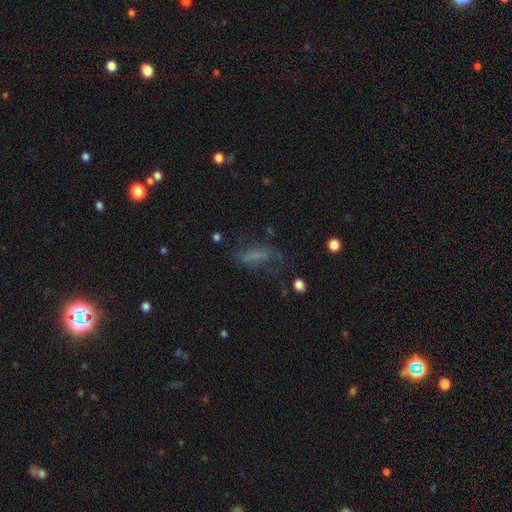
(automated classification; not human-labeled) The model was most divided on "how rounded": cigar-shaped: 52%, in between: 44%, round: 4%. Remaining: smooth or featured — smooth (53%); merging — none (49%).